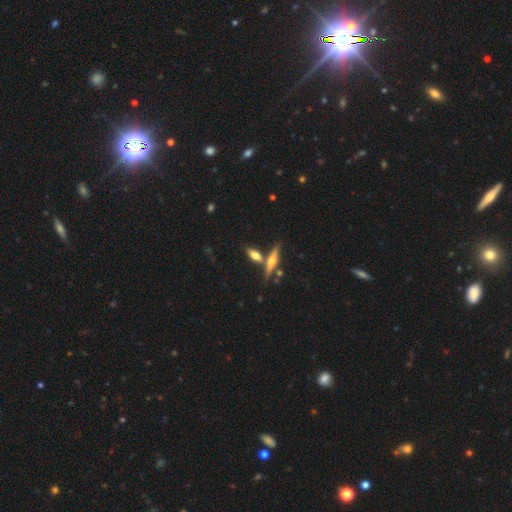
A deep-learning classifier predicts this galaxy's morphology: smooth 51%, featured or disk 40%, star or artifact 8%. Down the decision tree: how rounded — in between (51%); merging — none (60%).